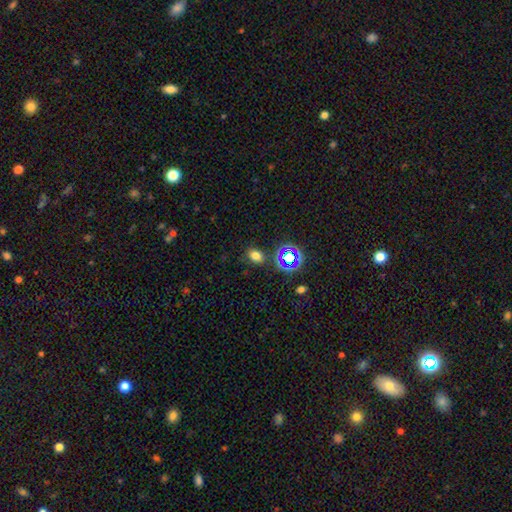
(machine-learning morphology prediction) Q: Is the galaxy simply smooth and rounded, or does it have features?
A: smooth — 71%.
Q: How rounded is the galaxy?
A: in between — 68%.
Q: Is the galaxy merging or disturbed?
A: none — 80%.